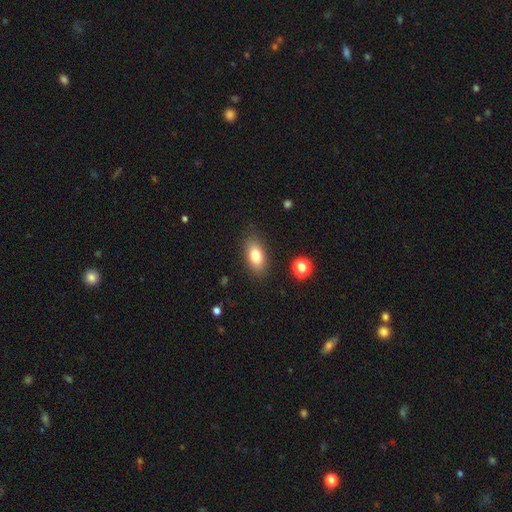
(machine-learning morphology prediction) smooth_or_featured: smooth (p=0.80) [alt: featured or disk p=0.11]
how_rounded: in between (p=0.87) [alt: round p=0.07]
merging: none (p=0.85) [alt: minor disturbance p=0.10]